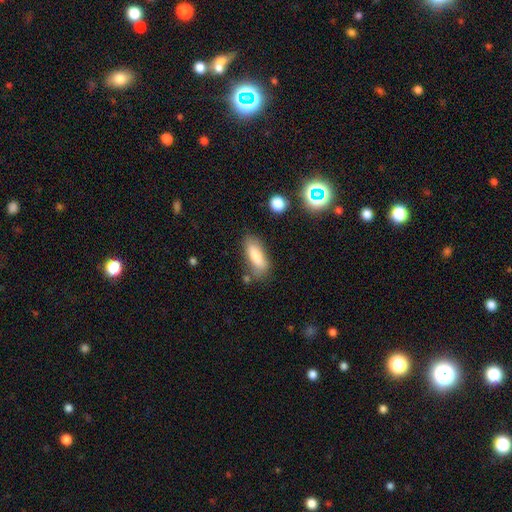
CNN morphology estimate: Q: Smooth or featured?
A: smooth (80%); runner-up: featured or disk (13%)
Q: How rounded?
A: in between (68%); runner-up: cigar-shaped (29%)
Q: Merging?
A: none (71%); runner-up: minor disturbance (18%)